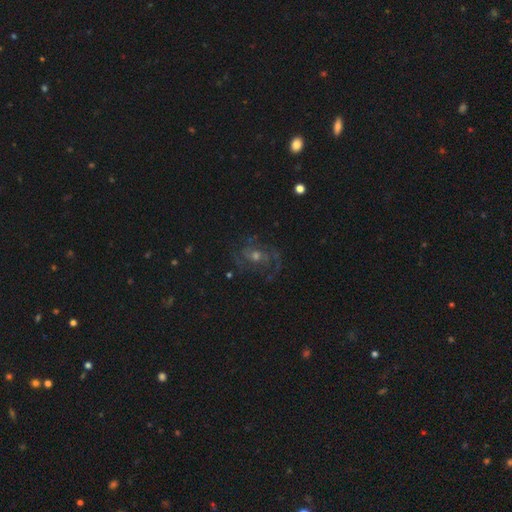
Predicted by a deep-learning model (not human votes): Smooth or featured?
  - featured or disk: 74% *
  - star or artifact: 15%
  - smooth: 11%
Edge-on disk?
  - no: 97% *
  - yes: 3%
Bar?
  - no: 61% *
  - weak: 31%
  - strong: 7%
Spiral arms?
  - yes: 92% *
  - no: 8%
Spiral winding?
  - medium: 51% *
  - tight: 30%
  - loose: 19%
Spiral arm count?
  - 2: 42% *
  - can't tell: 23%
  - 3: 18%
  - 4: 6%
  - 1: 6%
  - more than 4: 5%
Bulge size?
  - moderate: 55% *
  - small: 36%
  - large: 6%
  - none: 3%
  - dominant: 1%
Merging?
  - none: 71% *
  - minor disturbance: 15%
  - major disturbance: 13%
  - merger: 2%